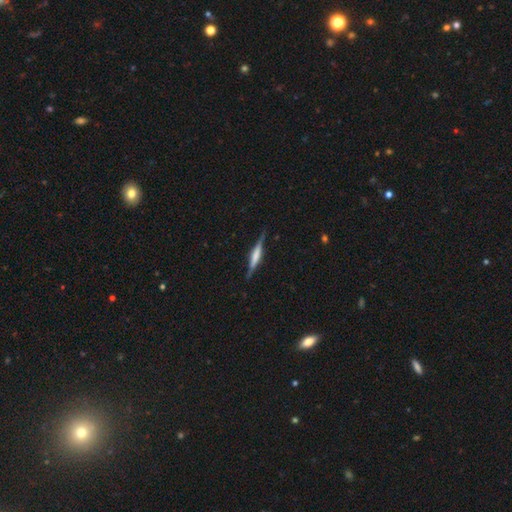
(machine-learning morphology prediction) This appears to be a featured or disk galaxy (67%) viewed edge-on (97%) with a boxy central bulge (50%). Merging: none (86%).